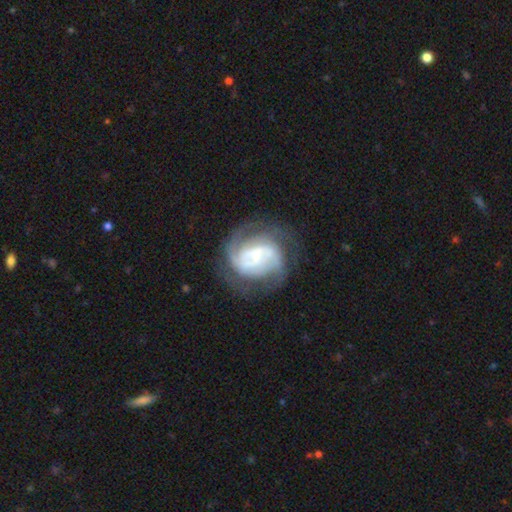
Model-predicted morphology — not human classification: This is clearly a featured or disk galaxy (82%). It is clearly not viewed edge-on (98%). Bar: possibly weak (45%). Spiral arm pattern: clearly yes (93%). Spiral arm count: marginally 2 (35%). Spiral winding: possibly tight (52%). Central bulge: possibly small (46%). Merging: likely none (64%).